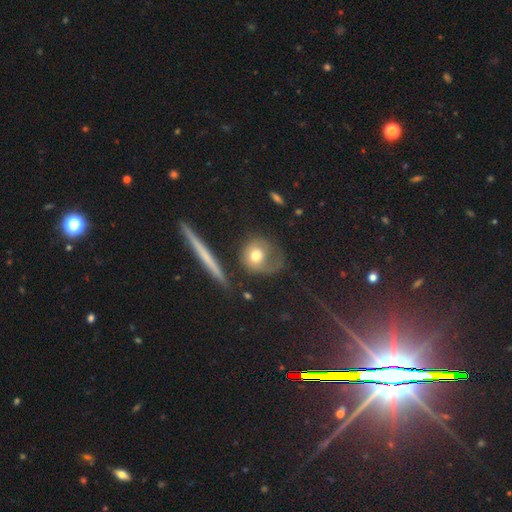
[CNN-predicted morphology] smooth-or-featured: smooth: 54% | featured or disk: 38% | star or artifact: 9%
  how-rounded: round: 74% | in between: 23% | cigar-shaped: 3%
  merging: none: 48% | major disturbance: 25% | minor disturbance: 21% | merger: 6%